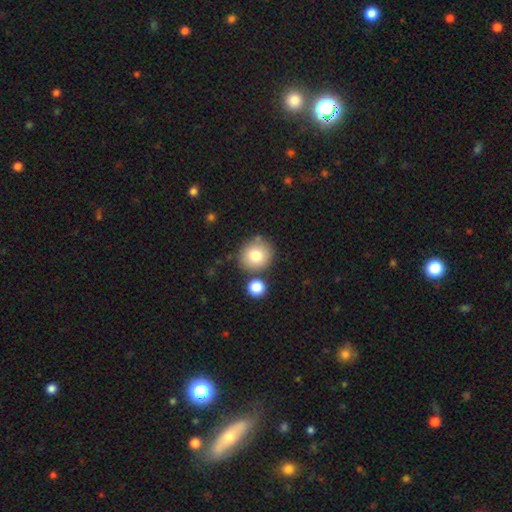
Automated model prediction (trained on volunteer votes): The model was most divided on "merging": none: 73%, merger: 13%, minor disturbance: 10%, major disturbance: 3%. More confident: how rounded — round (88%); smooth or featured — smooth (79%).